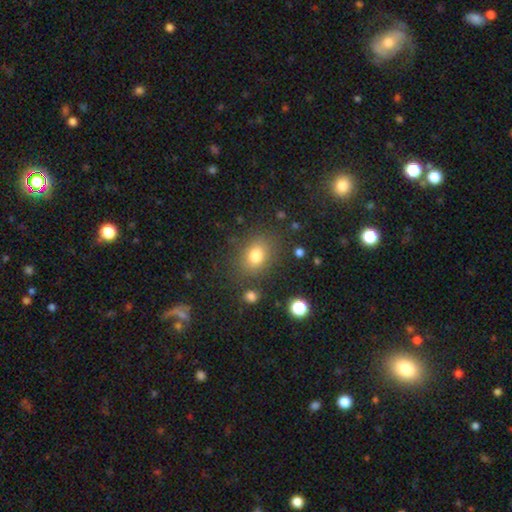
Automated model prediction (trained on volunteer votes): This appears to be a smooth galaxy with no disk features (77%) that is in between round and cigar-shaped (57%). Merging: none (79%).